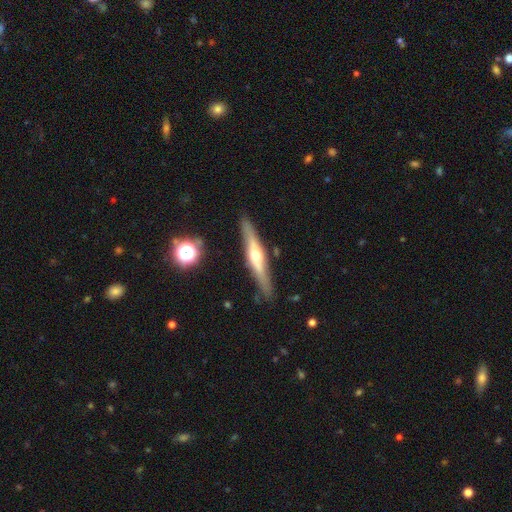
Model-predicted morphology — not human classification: smooth-or-featured: featured or disk: 69% | smooth: 25% | star or artifact: 6%
  disk-edge-on: yes: 94% | no: 6%
    edge-on-bulge: rounded: 90% | none: 6% | boxy: 4%
  merging: none: 87% | minor disturbance: 9% | major disturbance: 2% | merger: 2%